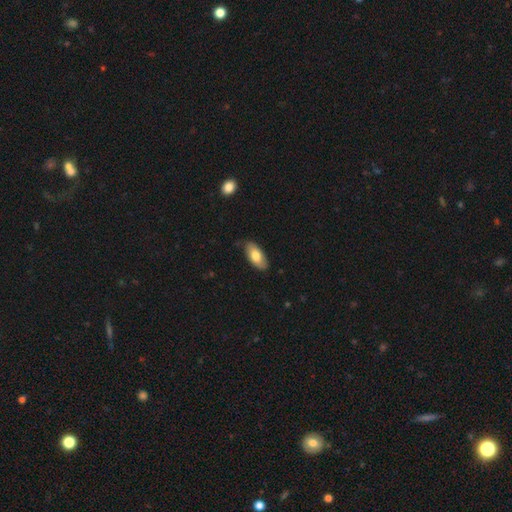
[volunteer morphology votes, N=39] Smooth or featured? 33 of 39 (85%) said smooth. How rounded? 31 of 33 (94%) said in between. Merging? 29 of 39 (74%) said none.